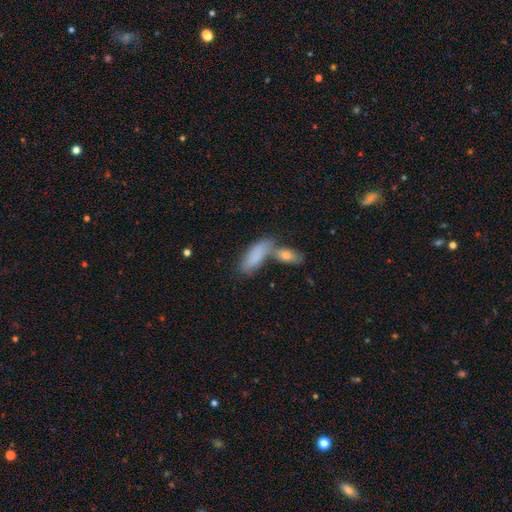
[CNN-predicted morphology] Overall: smooth (80%). How rounded: in between (71%). Merging: merger (47%; none 35%).